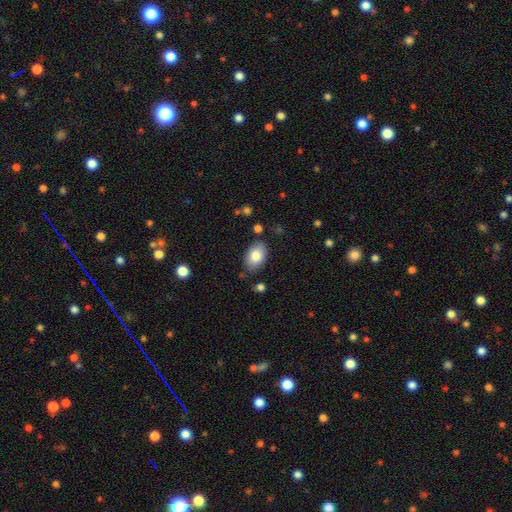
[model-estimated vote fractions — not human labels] Smooth or featured?
  - smooth: 82% *
  - featured or disk: 11%
  - star or artifact: 7%
How rounded?
  - in between: 90% *
  - round: 9%
  - cigar-shaped: 1%
Merging?
  - none: 81% *
  - minor disturbance: 13%
  - major disturbance: 3%
  - merger: 3%